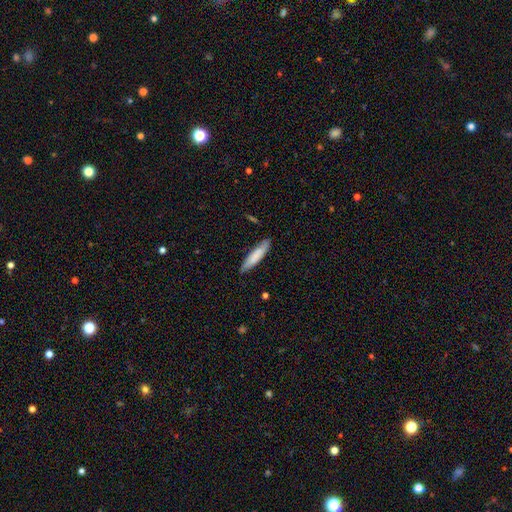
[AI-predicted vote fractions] A smooth galaxy with no disk features (74%) that is cigar-shaped (78%).

Vote fractions:
- Smooth or featured? smooth: 74% / featured or disk: 20% / star or artifact: 5%
- How rounded? cigar-shaped: 78% / in between: 21% / round: 1%
- Merging? none: 83% / minor disturbance: 14% / major disturbance: 2% / merger: 1%